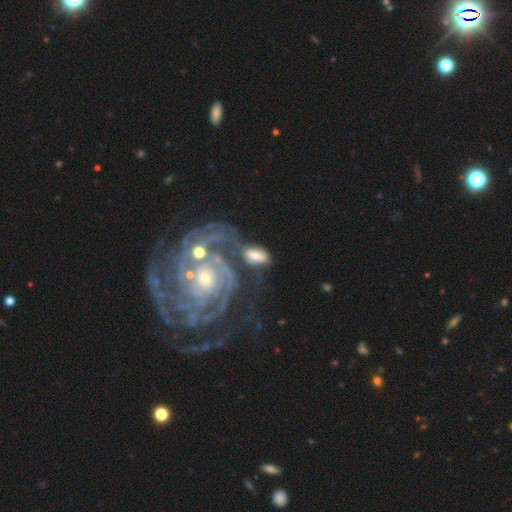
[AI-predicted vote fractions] A smooth galaxy with no disk features (47%).

Vote fractions:
- Smooth or featured? smooth: 47% / featured or disk: 45% / star or artifact: 8%
- Merging? none: 39% / merger: 28% / minor disturbance: 19% / major disturbance: 13%